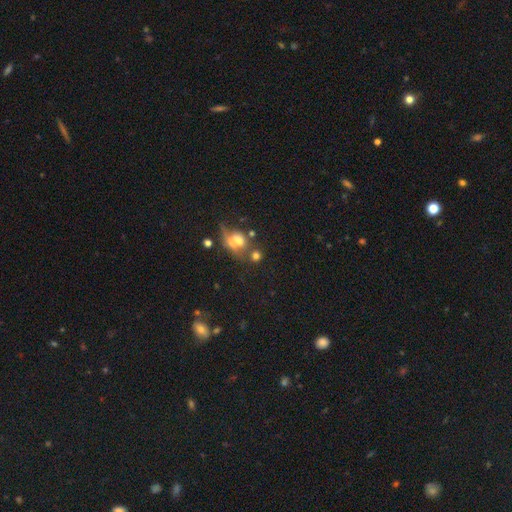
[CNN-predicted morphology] Smooth or featured? smooth (60%)
How rounded? round (71%)
Merging? none (40%)